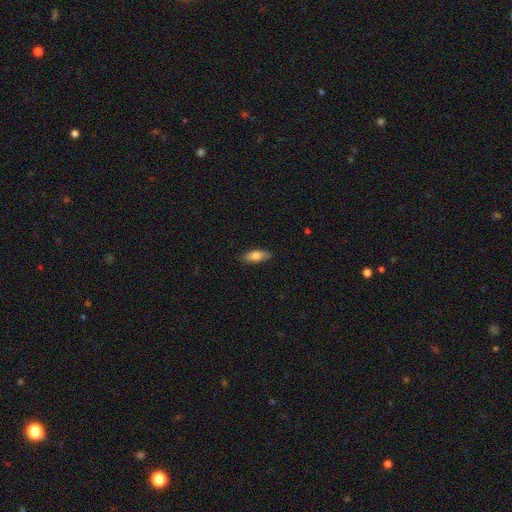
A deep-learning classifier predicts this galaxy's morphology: Smooth or featured?
  - smooth: 75% *
  - featured or disk: 19%
  - star or artifact: 6%
How rounded?
  - in between: 74% *
  - cigar-shaped: 23%
  - round: 2%
Merging?
  - none: 86% *
  - minor disturbance: 12%
  - major disturbance: 2%
  - merger: 1%